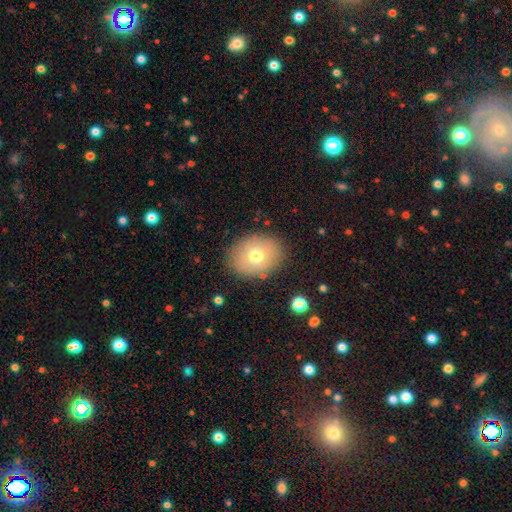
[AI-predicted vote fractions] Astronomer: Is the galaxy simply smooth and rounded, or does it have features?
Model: smooth — 68%.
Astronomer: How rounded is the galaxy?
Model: in between — 55% (runner-up: round, 45%).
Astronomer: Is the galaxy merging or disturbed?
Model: none — 83%.